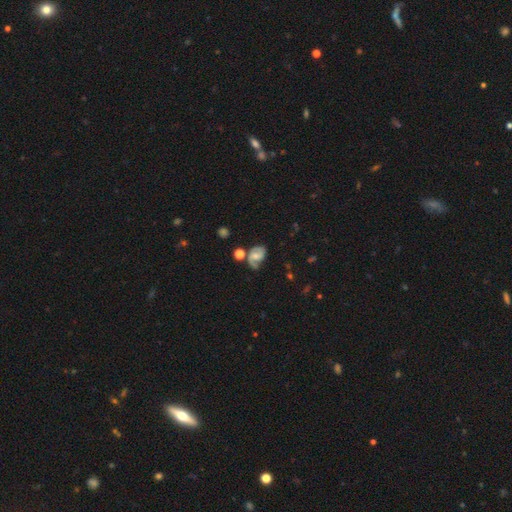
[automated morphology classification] Q: Smooth or featured?
A: featured or disk (69%); runner-up: smooth (22%)
Q: Edge-on disk?
A: no (97%); runner-up: yes (3%)
Q: Bar?
A: no (50%); runner-up: weak (40%)
Q: Spiral arms?
A: yes (91%); runner-up: no (9%)
Q: Spiral winding?
A: medium (46%); runner-up: tight (33%)
Q: Spiral arm count?
A: 2 (69%); runner-up: 1 (19%)
Q: Bulge size?
A: small (41%); runner-up: moderate (40%)
Q: Merging?
A: none (51%); runner-up: minor disturbance (25%)